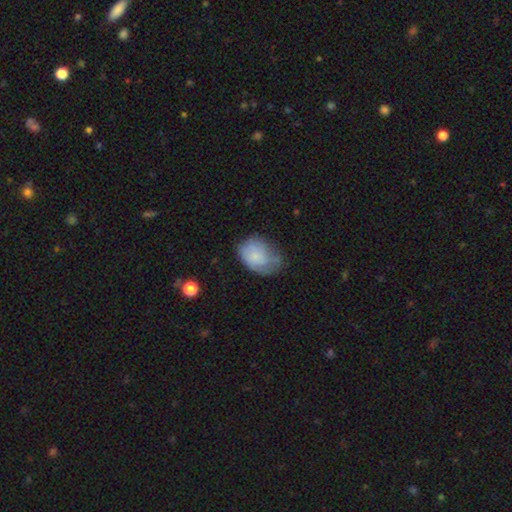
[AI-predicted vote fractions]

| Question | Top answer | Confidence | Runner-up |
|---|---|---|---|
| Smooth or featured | smooth | 65% | featured or disk (27%) |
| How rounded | in between | 70% | round (29%) |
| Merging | none | 41% | minor disturbance (38%) |